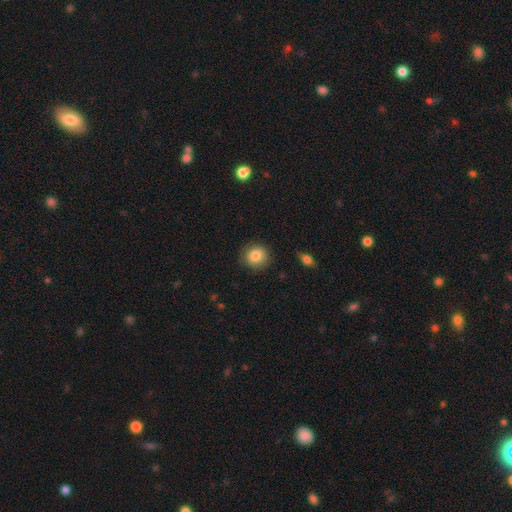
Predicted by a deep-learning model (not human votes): smooth_or_featured: smooth (p=0.83) [alt: star or artifact p=0.09]
how_rounded: round (p=0.87) [alt: in between p=0.12]
merging: none (p=0.87) [alt: minor disturbance p=0.10]